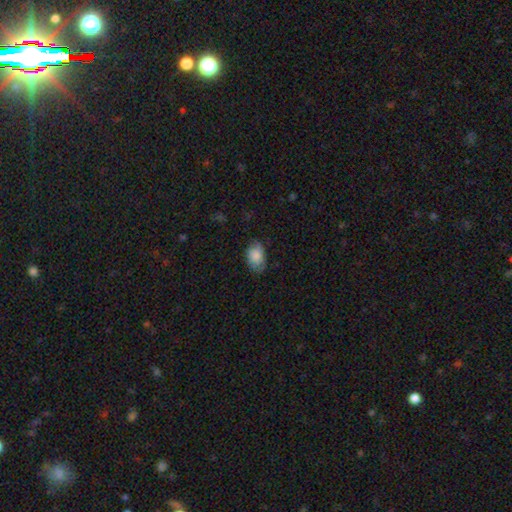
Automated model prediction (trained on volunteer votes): Q: Smooth or featured?
A: smooth (78%); runner-up: featured or disk (15%)
Q: How rounded?
A: in between (87%); runner-up: round (11%)
Q: Merging?
A: none (68%); runner-up: minor disturbance (24%)